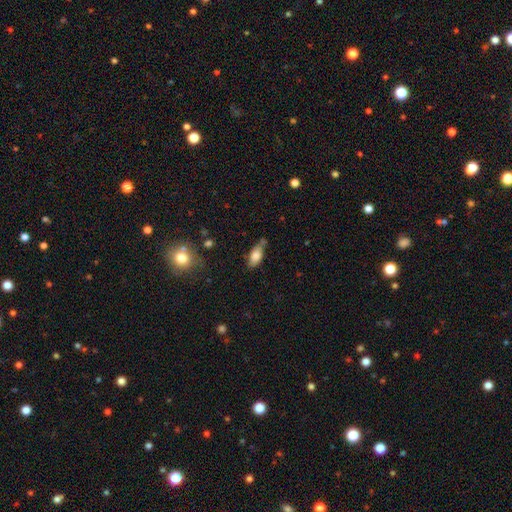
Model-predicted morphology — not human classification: smooth-or-featured: smooth: 77% | featured or disk: 15% | star or artifact: 8%
  how-rounded: in between: 83% | cigar-shaped: 14% | round: 3%
  merging: none: 52% | minor disturbance: 32% | major disturbance: 8% | merger: 8%